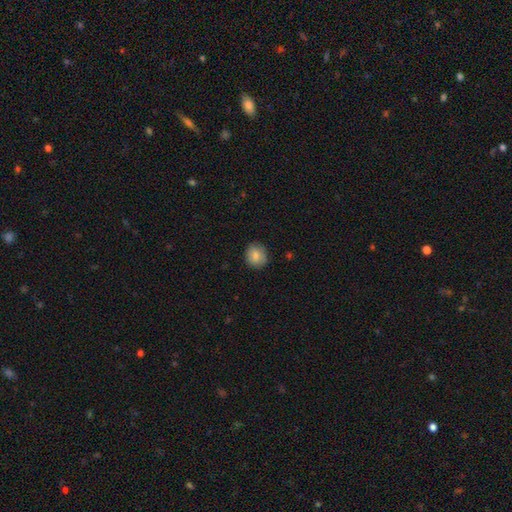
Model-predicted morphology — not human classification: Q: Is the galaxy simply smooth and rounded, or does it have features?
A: smooth — 84%.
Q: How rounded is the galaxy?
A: round — 81%.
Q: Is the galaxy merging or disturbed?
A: none — 86%.